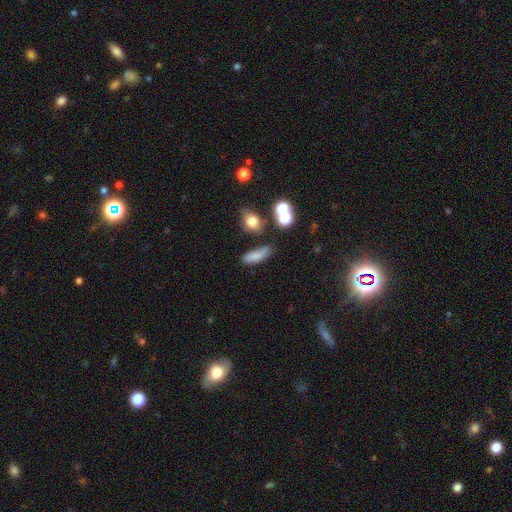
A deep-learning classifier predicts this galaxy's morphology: Smooth or featured?
  - smooth: 77% *
  - star or artifact: 12%
  - featured or disk: 12%
How rounded?
  - in between: 49% *
  - cigar-shaped: 44%
  - round: 7%
Merging?
  - none: 68% *
  - minor disturbance: 17%
  - merger: 9%
  - major disturbance: 6%